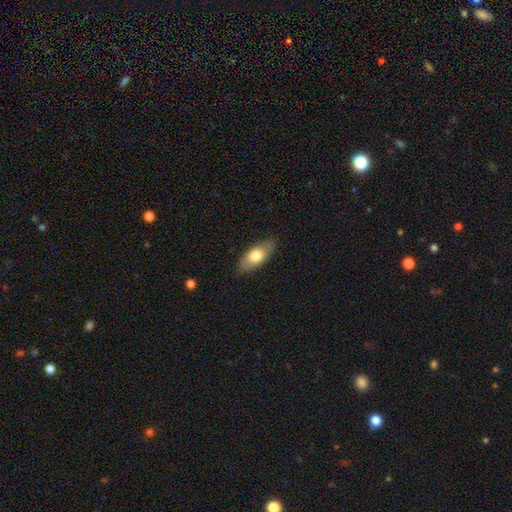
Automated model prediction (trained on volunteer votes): A smooth galaxy with no disk features (66%) that is in between round and cigar-shaped (84%). Merging: none (83%).